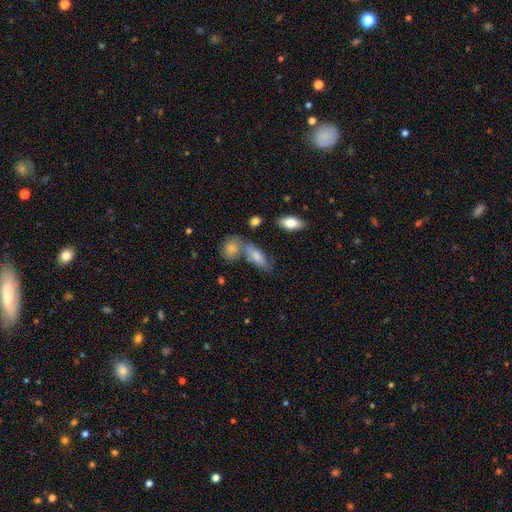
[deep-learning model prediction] Morphology: type=smooth (61%); roundness=in between (64%); merging=none (58%).